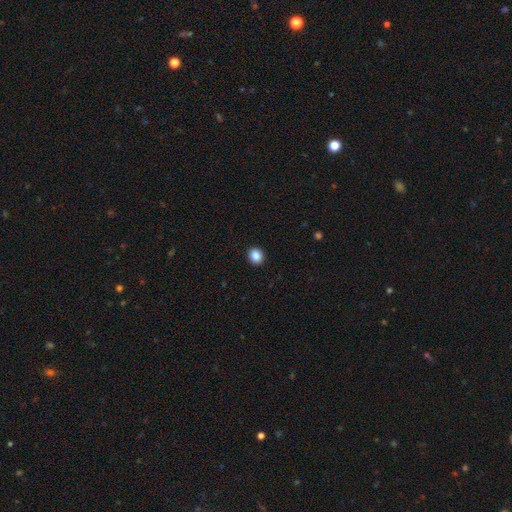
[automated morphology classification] Smooth or featured: smooth — 87% (star or artifact — 10%)
How rounded: round — 82% (in between — 17%)
Merging: none — 93% (minor disturbance — 4%)